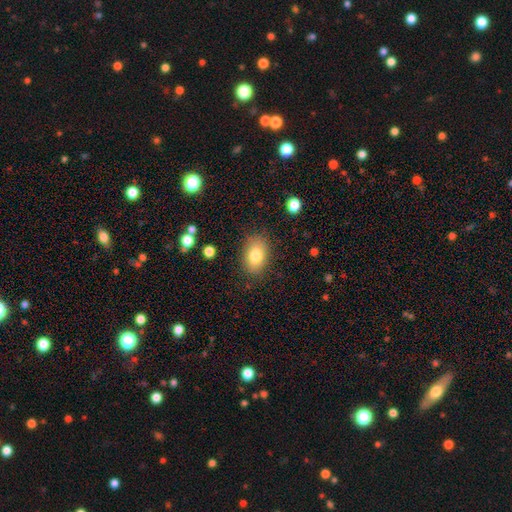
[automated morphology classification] Smooth or featured?
  - smooth: 80% *
  - featured or disk: 12%
  - star or artifact: 9%
How rounded?
  - in between: 85% *
  - round: 13%
  - cigar-shaped: 1%
Merging?
  - none: 84% *
  - minor disturbance: 12%
  - major disturbance: 3%
  - merger: 1%